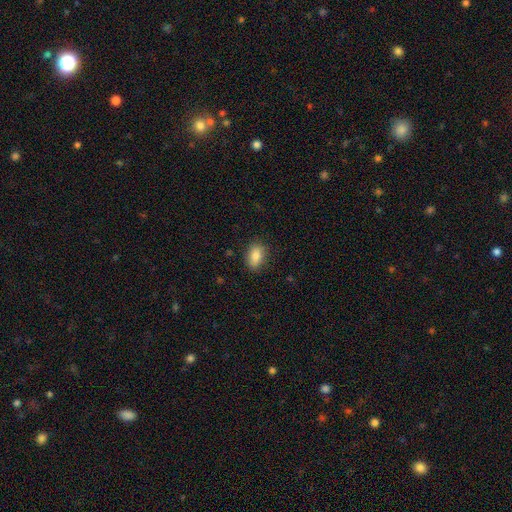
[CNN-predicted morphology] Smooth or featured? smooth (85%)
How rounded? in between (87%)
Merging? none (85%)